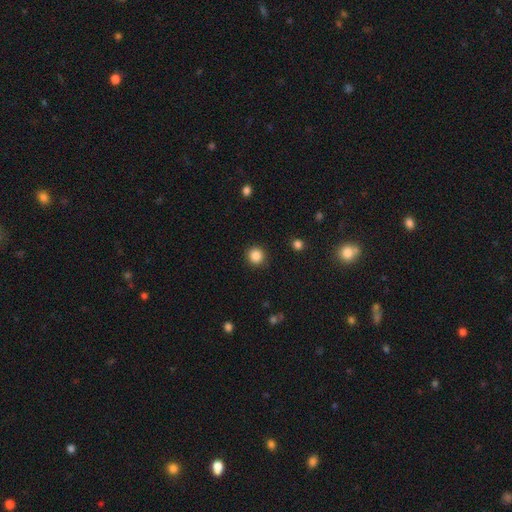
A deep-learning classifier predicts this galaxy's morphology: A smooth galaxy with no disk features (86%) that is round (94%). Merging: none (92%).